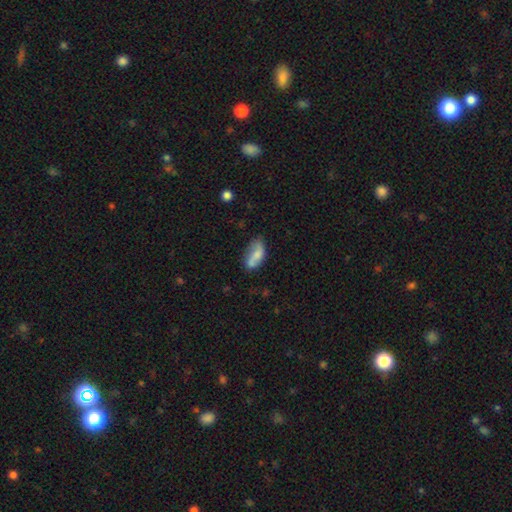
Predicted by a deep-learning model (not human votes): This is likely a smooth galaxy (62%). How rounded: clearly in between (85%). Merging: possibly none (52%).